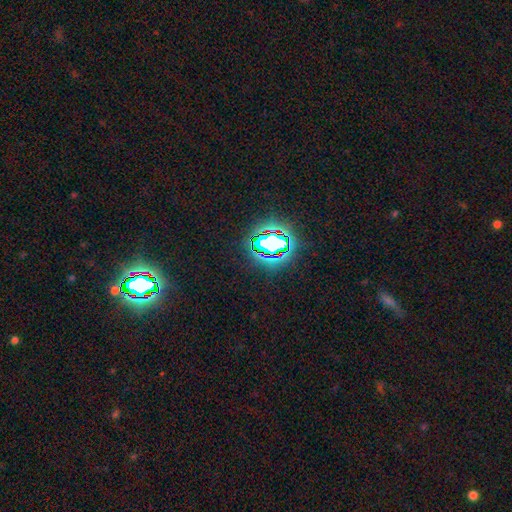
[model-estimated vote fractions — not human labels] Smooth or featured?
  - star or artifact: 82% *
  - smooth: 11%
  - featured or disk: 7%